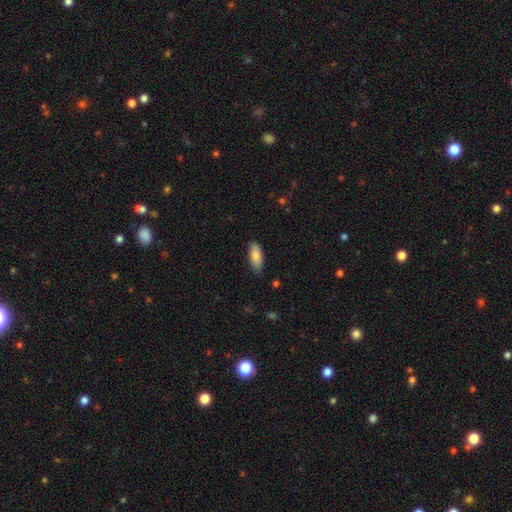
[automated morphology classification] A smooth galaxy with no disk features (84%) that is in between round and cigar-shaped (83%). Merging: none (83%).